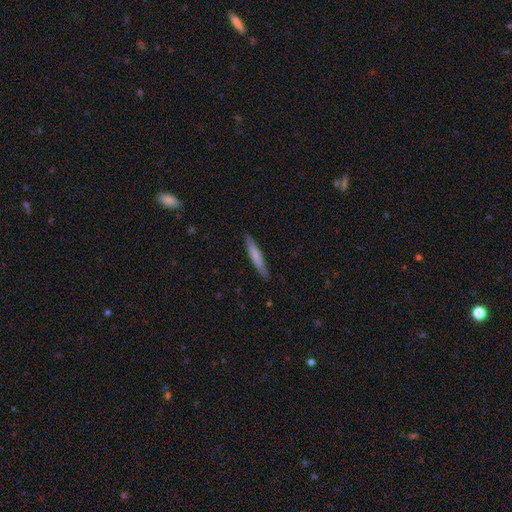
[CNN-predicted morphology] smooth-or-featured: smooth: 70% | featured or disk: 25% | star or artifact: 5%
  how-rounded: cigar-shaped: 93% | in between: 6% | round: 1%
  merging: none: 87% | minor disturbance: 10% | major disturbance: 2% | merger: 1%